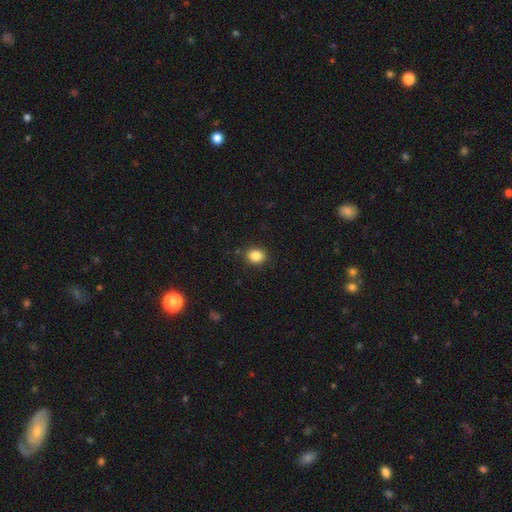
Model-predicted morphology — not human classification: Smooth or featured? smooth (85%)
How rounded? round (65%)
Merging? none (88%)